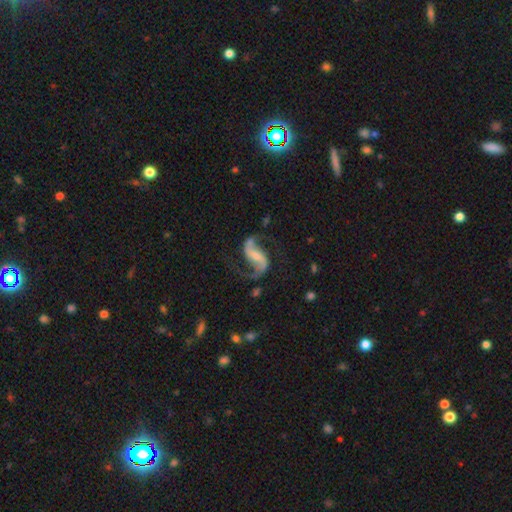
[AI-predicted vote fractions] Smooth or featured: featured or disk — 91% (star or artifact — 4%)
Edge-on disk: no — 98% (yes — 2%)
Bar: strong — 43% (weak — 36%)
Spiral arms: yes — 97% (no — 3%)
Spiral winding: loose — 69% (medium — 26%)
Spiral arm count: 2 — 93% (1 — 3%)
Bulge size: small — 55% (moderate — 28%)
Merging: none — 73% (minor disturbance — 14%)